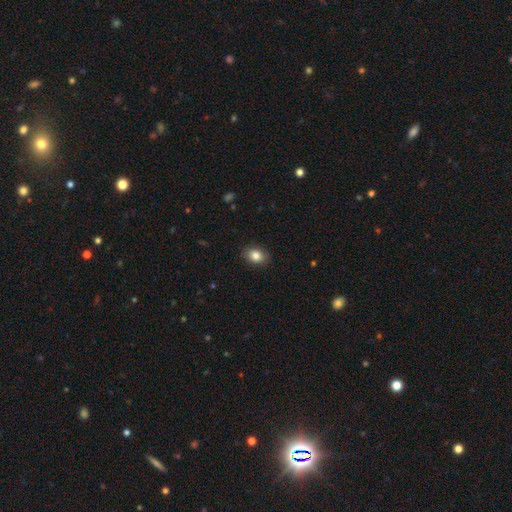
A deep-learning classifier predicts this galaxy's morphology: Smooth or featured?
  - smooth: 84% *
  - star or artifact: 9%
  - featured or disk: 7%
How rounded?
  - in between: 67% *
  - round: 32%
  - cigar-shaped: 1%
Merging?
  - none: 87% *
  - minor disturbance: 10%
  - major disturbance: 2%
  - merger: 1%